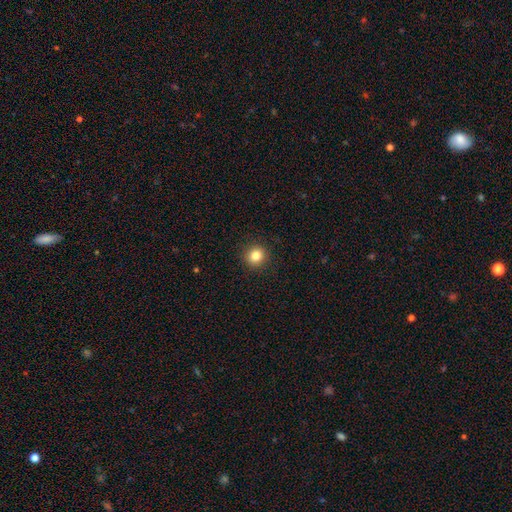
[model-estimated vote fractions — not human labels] Smooth or featured?
  - smooth: 83% *
  - star or artifact: 12%
  - featured or disk: 5%
How rounded?
  - round: 93% *
  - in between: 6%
  - cigar-shaped: 1%
Merging?
  - none: 92% *
  - minor disturbance: 5%
  - major disturbance: 2%
  - merger: 1%